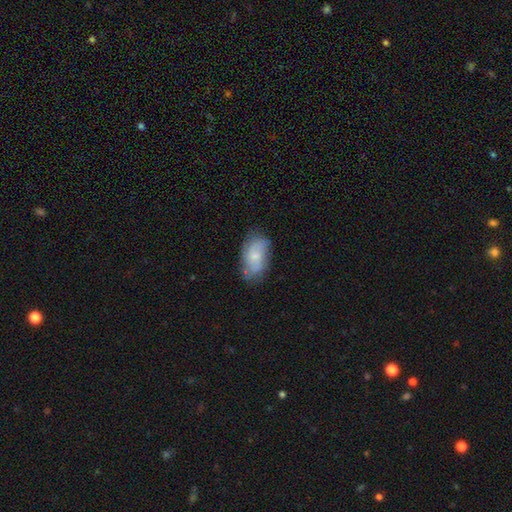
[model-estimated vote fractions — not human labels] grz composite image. It shows a smooth galaxy with no disk features (54%) that is in between round and cigar-shaped (92%). Merging: none (64%).